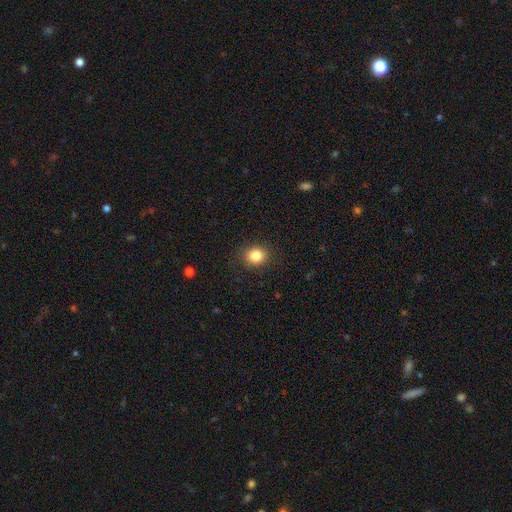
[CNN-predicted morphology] Smooth or featured? Predicted: smooth (p=0.85). How rounded? Predicted: round (p=0.77). Merging? Predicted: none (p=0.89).